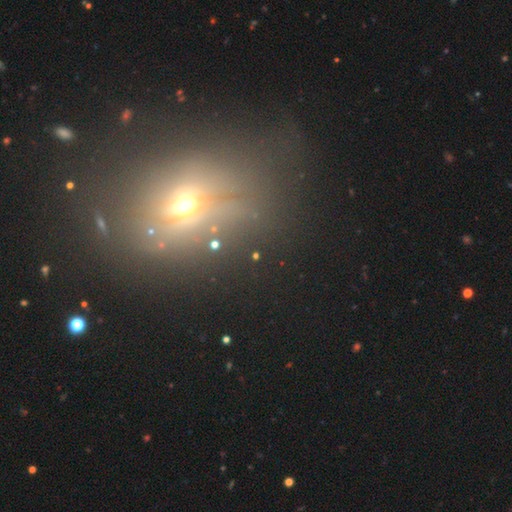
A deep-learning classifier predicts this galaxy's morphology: smooth_or_featured: star or artifact (p=0.55) [alt: smooth p=0.27]